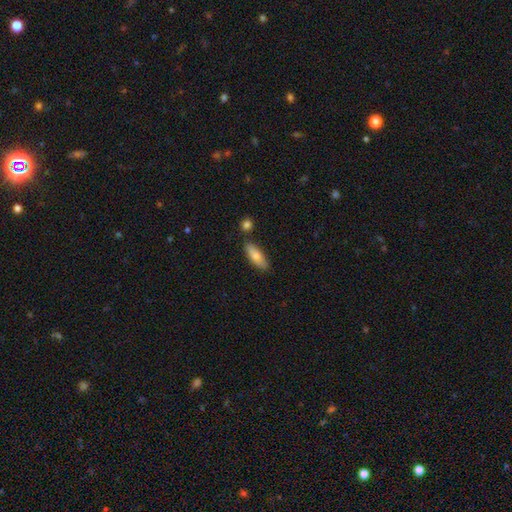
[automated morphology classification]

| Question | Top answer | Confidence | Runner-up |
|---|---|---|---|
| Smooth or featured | smooth | 78% | featured or disk (16%) |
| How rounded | in between | 61% | cigar-shaped (36%) |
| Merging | none | 81% | minor disturbance (11%) |